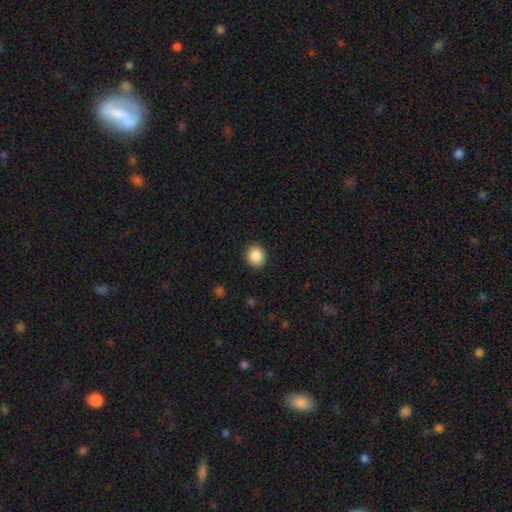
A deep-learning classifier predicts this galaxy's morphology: smooth_or_featured: smooth (p=0.88) [alt: star or artifact p=0.09]
how_rounded: round (p=0.85) [alt: in between p=0.14]
merging: none (p=0.91) [alt: minor disturbance p=0.06]